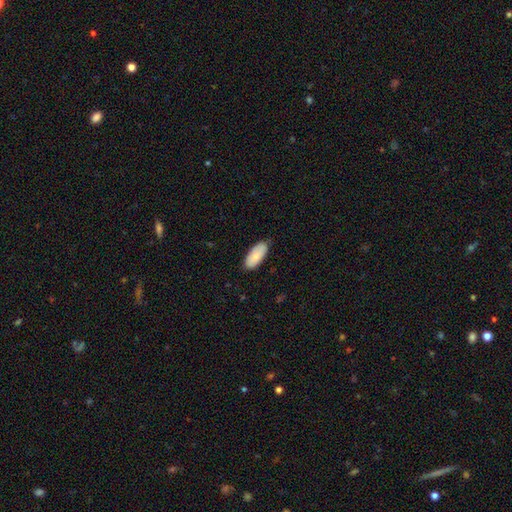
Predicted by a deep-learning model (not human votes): A smooth galaxy with no disk features (82%) that is in between round and cigar-shaped (89%).

Vote fractions:
- Smooth or featured? smooth: 82% / featured or disk: 12% / star or artifact: 6%
- How rounded? in between: 89% / cigar-shaped: 9% / round: 2%
- Merging? none: 81% / minor disturbance: 15% / major disturbance: 2% / merger: 1%